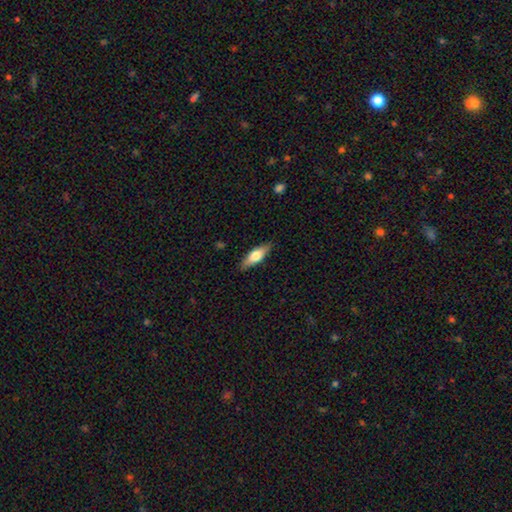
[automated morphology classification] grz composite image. It shows a smooth galaxy with no disk features (61%) that is in between round and cigar-shaped (58%). Merging: none (86%).